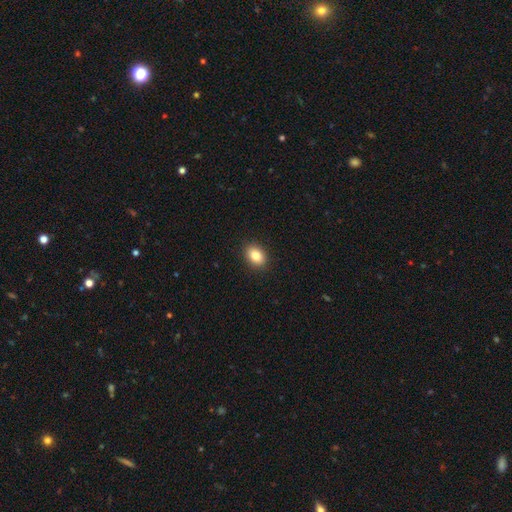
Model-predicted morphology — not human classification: type=smooth (84%); roundness=in between (74%); merging=none (90%).